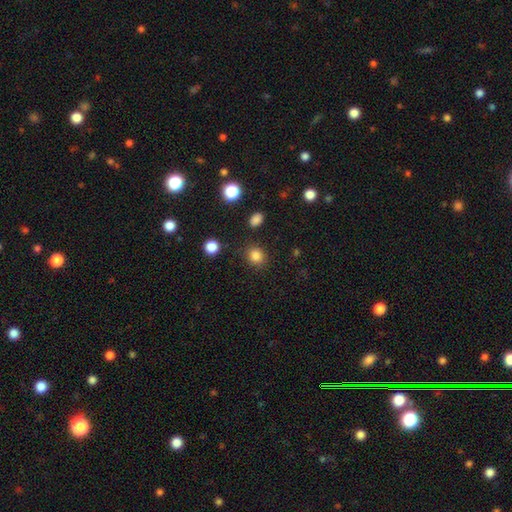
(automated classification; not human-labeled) This is clearly a smooth galaxy (84%). How rounded: likely round (80%). Merging: clearly none (86%).